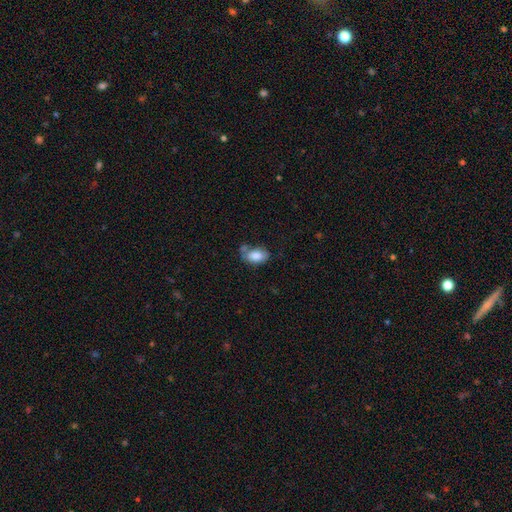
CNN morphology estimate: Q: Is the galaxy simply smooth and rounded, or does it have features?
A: smooth — 82%.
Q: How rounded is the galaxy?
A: in between — 88%.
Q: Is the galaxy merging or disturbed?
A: none — 49%.